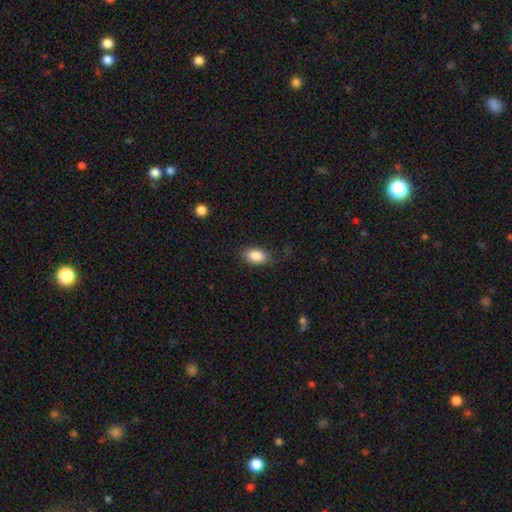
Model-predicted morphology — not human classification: A smooth galaxy with no disk features (87%) that is in between round and cigar-shaped (91%). Merging: none (80%).